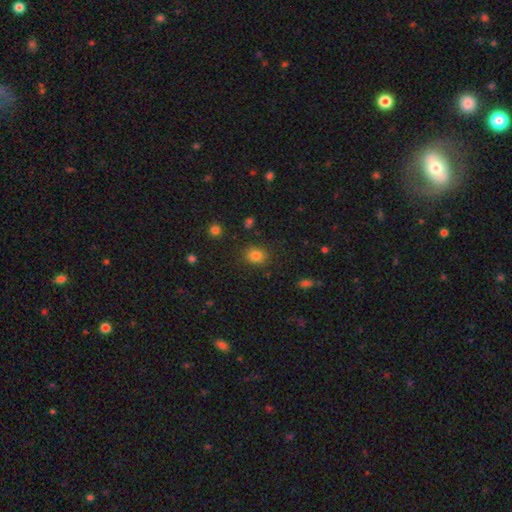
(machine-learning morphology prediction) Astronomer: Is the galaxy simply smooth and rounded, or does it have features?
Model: smooth — 82%.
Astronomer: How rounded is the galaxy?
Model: round — 64%.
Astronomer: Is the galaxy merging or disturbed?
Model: none — 84%.